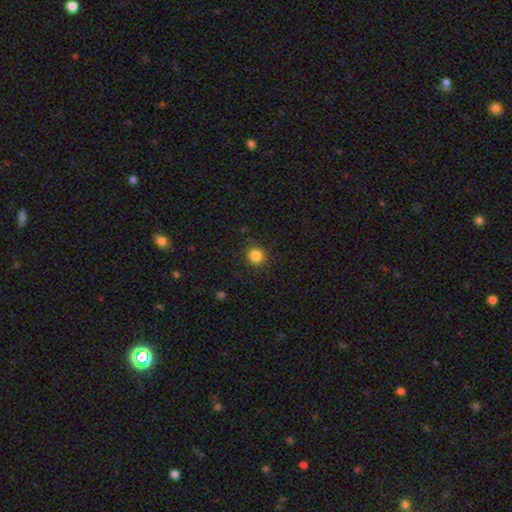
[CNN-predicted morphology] Overall: smooth (84%). How rounded: round (90%). Merging: none (89%).